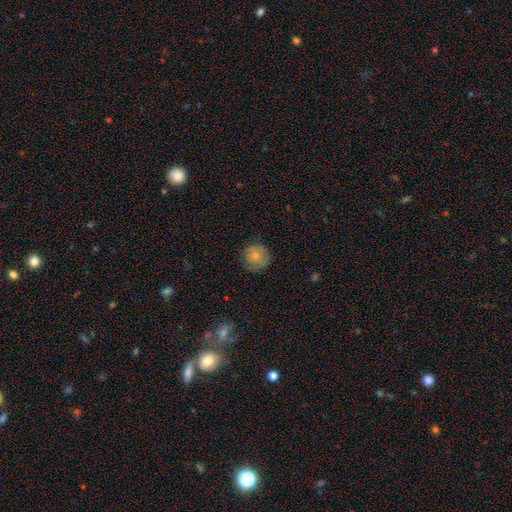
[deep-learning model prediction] smooth 75%, featured or disk 16%, star or artifact 9%. Down the decision tree: how rounded — round (91%); merging — none (77%).